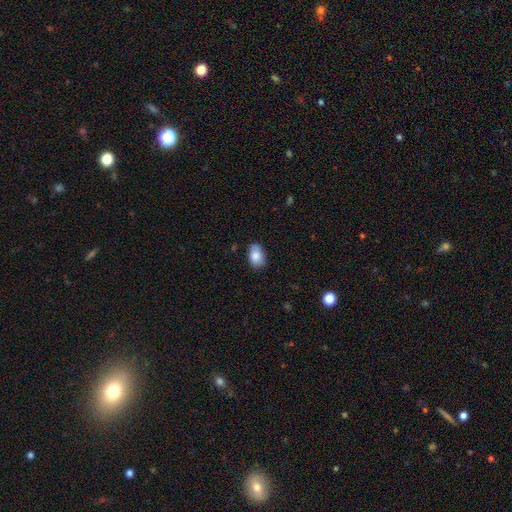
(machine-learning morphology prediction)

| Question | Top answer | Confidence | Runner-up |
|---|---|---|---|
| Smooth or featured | smooth | 84% | featured or disk (8%) |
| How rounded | in between | 86% | round (13%) |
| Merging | none | 80% | minor disturbance (16%) |